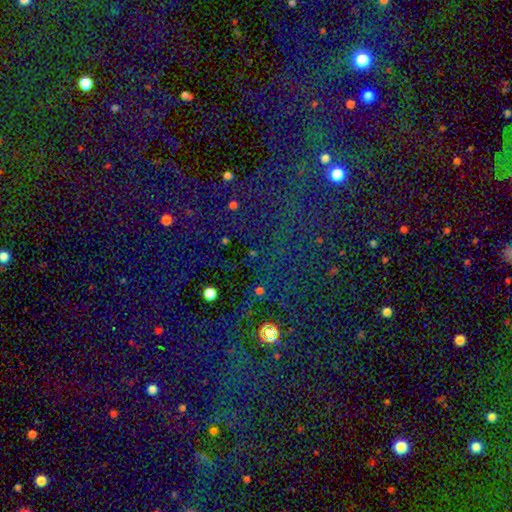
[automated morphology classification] type=star or artifact (76%).